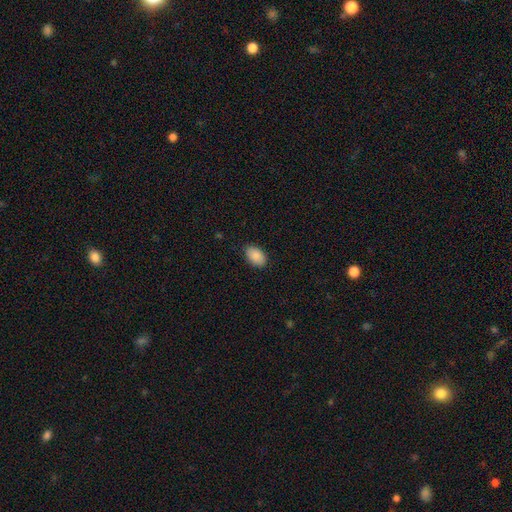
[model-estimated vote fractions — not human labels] smooth-or-featured: smooth: 89% | star or artifact: 7% | featured or disk: 4%
  how-rounded: in between: 91% | round: 8% | cigar-shaped: 1%
  merging: none: 88% | minor disturbance: 9% | major disturbance: 2% | merger: 1%